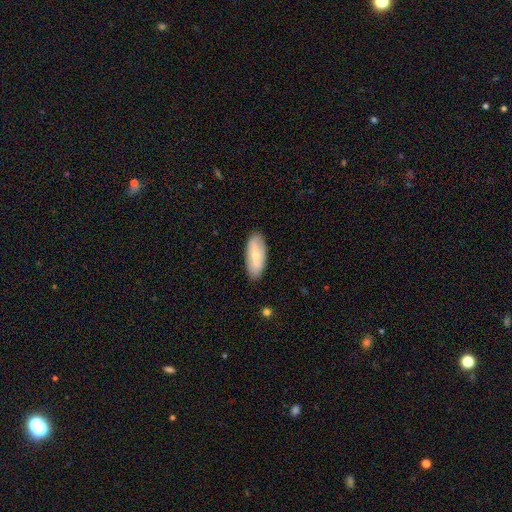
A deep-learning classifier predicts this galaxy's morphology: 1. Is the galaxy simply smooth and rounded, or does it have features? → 50% smooth, 45% featured or disk, 5% star or artifact.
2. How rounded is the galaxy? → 81% in between, 16% cigar-shaped, 3% round.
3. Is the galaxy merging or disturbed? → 86% none, 10% minor disturbance, 2% major disturbance, 1% merger.